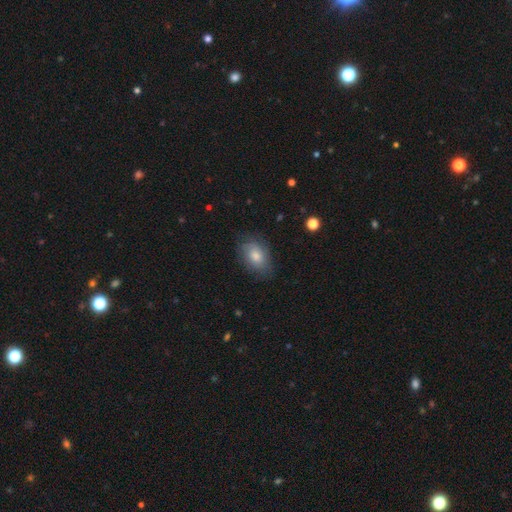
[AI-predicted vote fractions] Smooth or featured? smooth (66%)
How rounded? in between (85%)
Merging? none (72%)